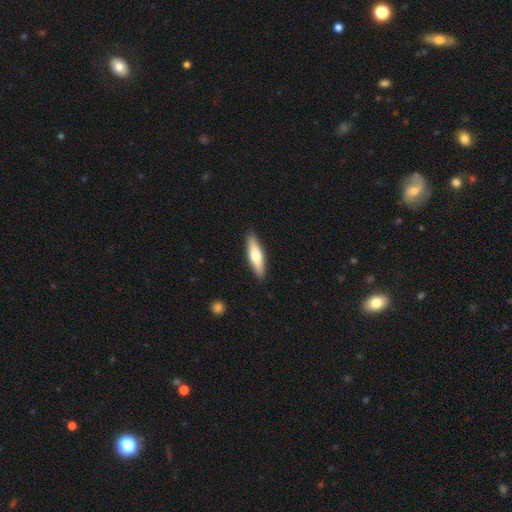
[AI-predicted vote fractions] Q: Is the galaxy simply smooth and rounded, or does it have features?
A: smooth — 59%.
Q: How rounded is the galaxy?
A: cigar-shaped — 67%.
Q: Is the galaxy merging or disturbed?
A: none — 90%.